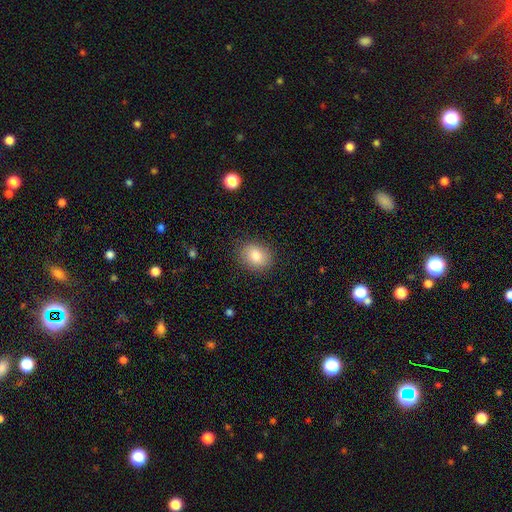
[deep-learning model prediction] smooth-or-featured: smooth: 83% | star or artifact: 9% | featured or disk: 8%
  how-rounded: round: 51% | in between: 48% | cigar-shaped: 1%
  merging: none: 86% | minor disturbance: 10% | major disturbance: 3% | merger: 1%